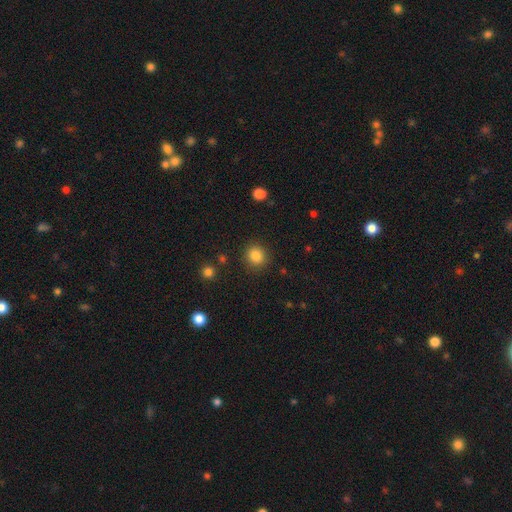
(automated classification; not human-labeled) smooth-or-featured: smooth: 85% | star or artifact: 11% | featured or disk: 4%
  how-rounded: round: 85% | in between: 14% | cigar-shaped: 1%
  merging: none: 88% | minor disturbance: 7% | major disturbance: 3% | merger: 2%